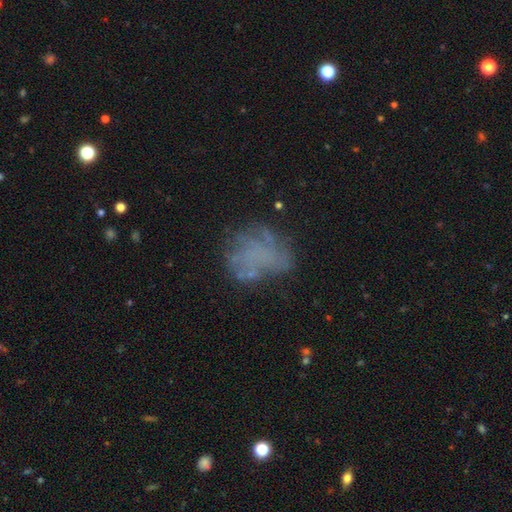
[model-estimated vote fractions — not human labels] The model was most divided on "smooth or featured": featured or disk: 43%, smooth: 38%, star or artifact: 20%. More confident: merging — none (52%).